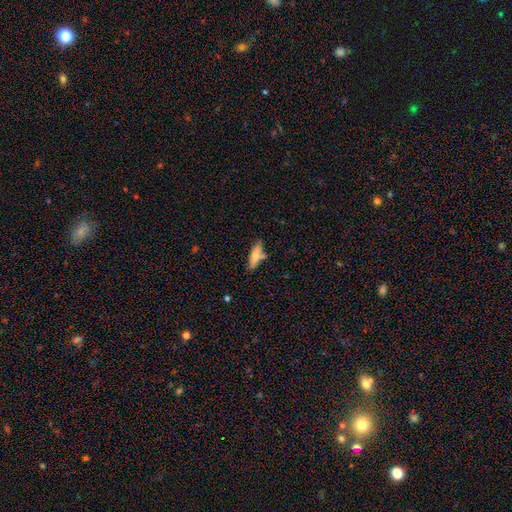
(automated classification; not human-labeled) A smooth galaxy with no disk features (69%) that is in between round and cigar-shaped (55%). Merging: none (68%).